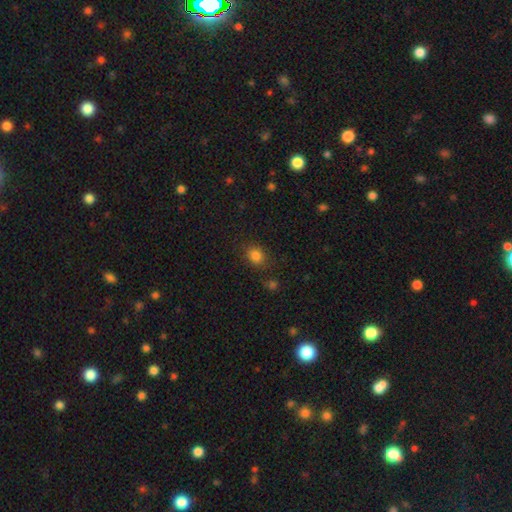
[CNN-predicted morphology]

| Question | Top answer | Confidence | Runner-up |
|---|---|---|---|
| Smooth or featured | smooth | 83% | star or artifact (12%) |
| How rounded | round | 60% | in between (39%) |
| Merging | none | 81% | minor disturbance (12%) |